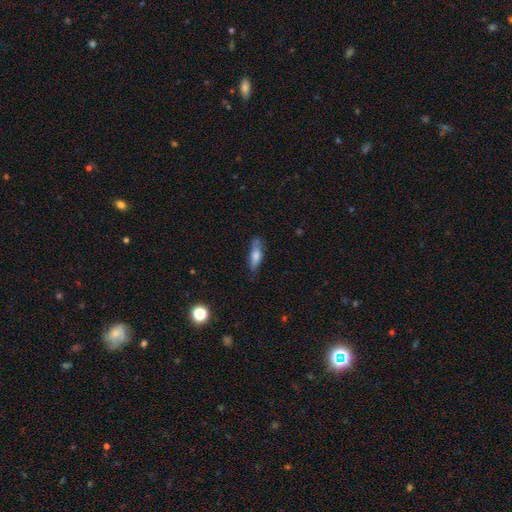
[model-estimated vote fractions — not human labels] A smooth galaxy with no disk features (70%) that is cigar-shaped (50%).

Vote fractions:
- Smooth or featured? smooth: 70% / featured or disk: 23% / star or artifact: 7%
- How rounded? cigar-shaped: 50% / in between: 47% / round: 2%
- Merging? none: 66% / minor disturbance: 25% / major disturbance: 6% / merger: 3%